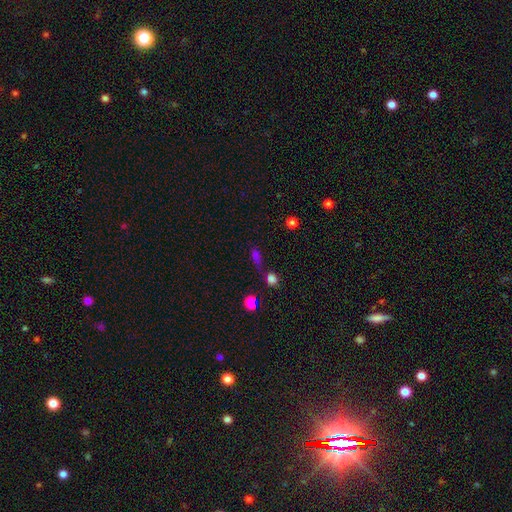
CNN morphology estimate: This is likely a smooth galaxy (65%). How rounded: possibly in between (55%). Merging: possibly none (47%).